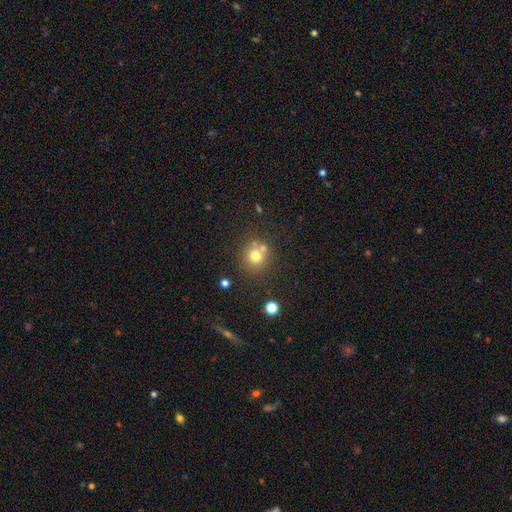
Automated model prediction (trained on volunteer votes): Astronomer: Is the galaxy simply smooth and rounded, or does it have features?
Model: smooth — 73%.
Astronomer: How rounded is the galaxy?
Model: round — 90%.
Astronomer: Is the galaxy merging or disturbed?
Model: none — 67%.